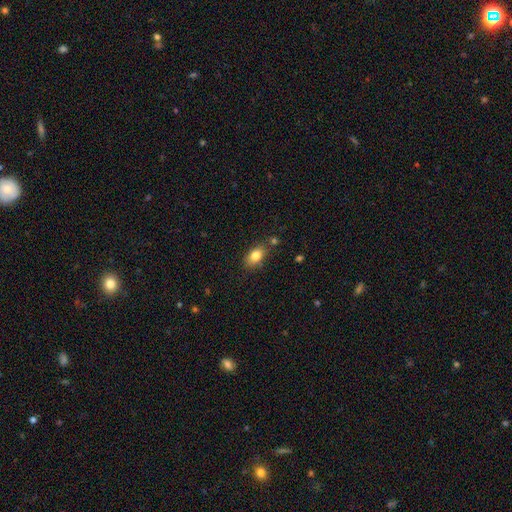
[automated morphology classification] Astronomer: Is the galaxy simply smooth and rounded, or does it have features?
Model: smooth — 81%.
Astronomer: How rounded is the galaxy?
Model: in between — 84%.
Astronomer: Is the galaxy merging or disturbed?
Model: none — 75%.